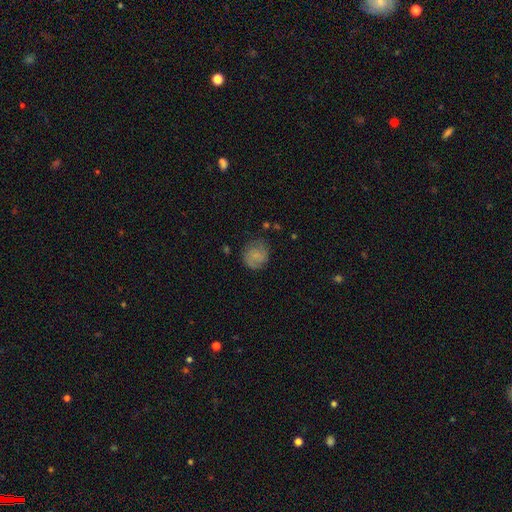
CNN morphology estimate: This appears to be a smooth galaxy with no disk features (58%) that is round (83%). Merging: none (70%).